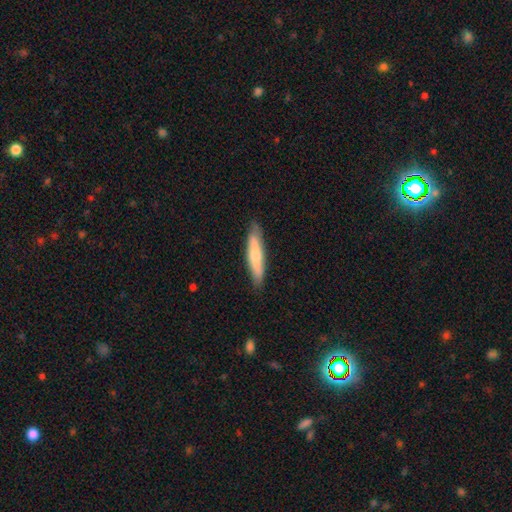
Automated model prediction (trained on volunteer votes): Smooth or featured: smooth — 60% (featured or disk — 34%)
How rounded: cigar-shaped — 85% (in between — 14%)
Merging: none — 85% (minor disturbance — 12%)